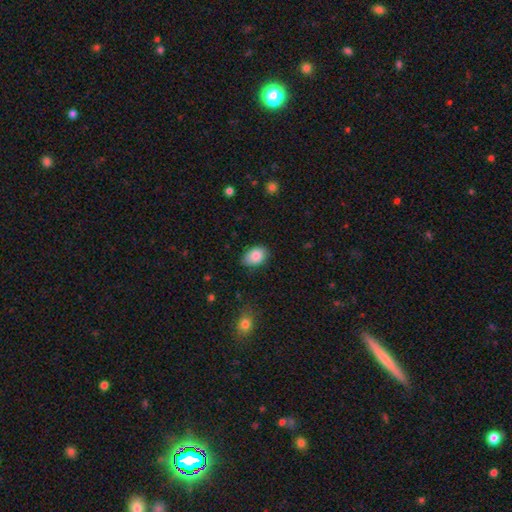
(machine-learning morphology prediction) This is clearly a smooth galaxy (86%). How rounded: clearly in between (82%). Merging: likely none (77%).